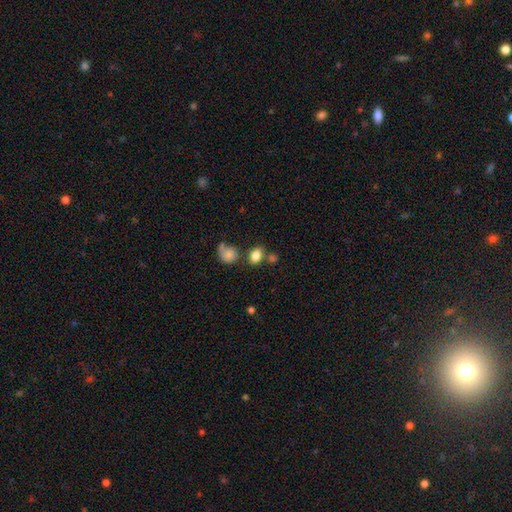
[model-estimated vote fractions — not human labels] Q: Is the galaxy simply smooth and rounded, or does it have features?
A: smooth — 83%.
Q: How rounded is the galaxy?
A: in between — 73%.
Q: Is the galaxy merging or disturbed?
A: none — 64%.